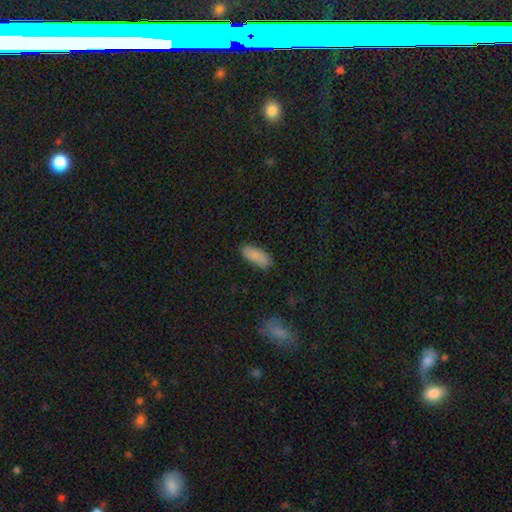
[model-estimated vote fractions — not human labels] This appears to be a smooth galaxy with no disk features (87%) that is in between round and cigar-shaped (82%). Merging: none (83%).